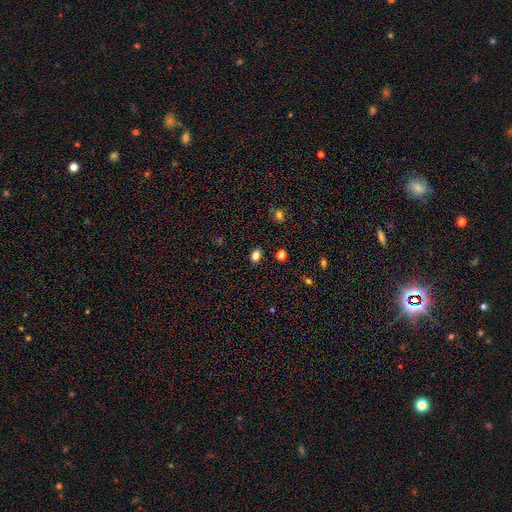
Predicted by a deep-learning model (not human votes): A smooth galaxy with no disk features (81%) that is in between round and cigar-shaped (71%).

Vote fractions:
- Smooth or featured? smooth: 81% / star or artifact: 13% / featured or disk: 6%
- How rounded? in between: 71% / round: 27% / cigar-shaped: 2%
- Merging? none: 88% / minor disturbance: 9% / major disturbance: 2% / merger: 1%